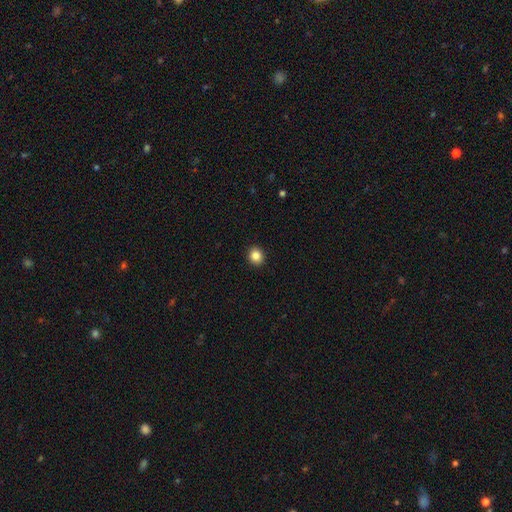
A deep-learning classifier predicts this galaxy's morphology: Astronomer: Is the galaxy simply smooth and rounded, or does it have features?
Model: smooth — 85%.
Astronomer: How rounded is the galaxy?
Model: round — 78%.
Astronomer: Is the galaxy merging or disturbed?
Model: none — 93%.